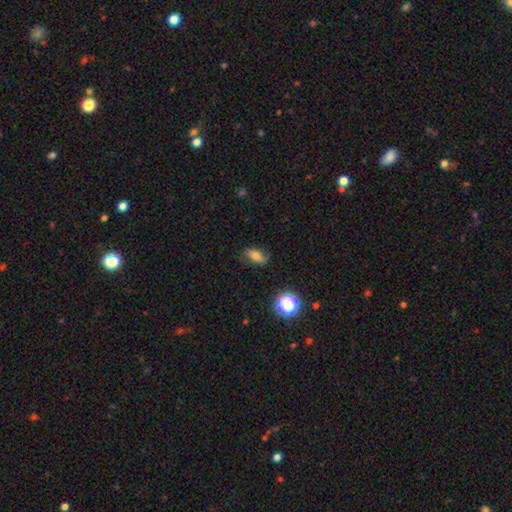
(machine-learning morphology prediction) Smooth or featured? smooth (60%)
How rounded? in between (82%)
Merging? none (73%)